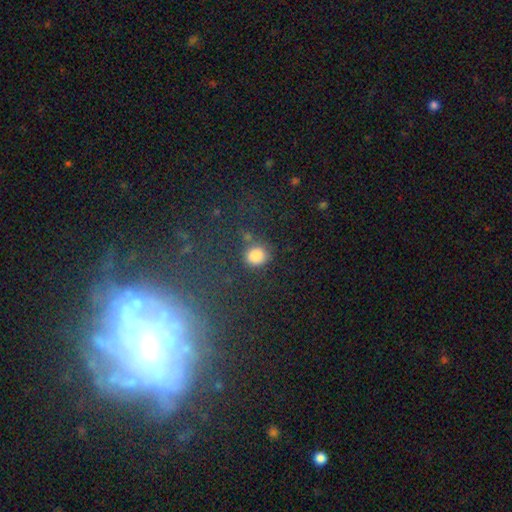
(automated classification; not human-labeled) smooth-or-featured: smooth: 84% | star or artifact: 12% | featured or disk: 5%
  how-rounded: round: 79% | in between: 20% | cigar-shaped: 2%
  merging: none: 70% | minor disturbance: 15% | merger: 8% | major disturbance: 8%